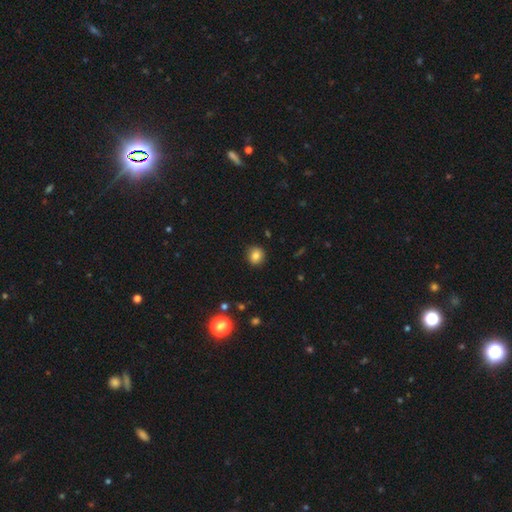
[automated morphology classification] smooth_or_featured: smooth (p=0.81) [alt: star or artifact p=0.11]
how_rounded: round (p=0.84) [alt: in between p=0.15]
merging: none (p=0.88) [alt: minor disturbance p=0.09]